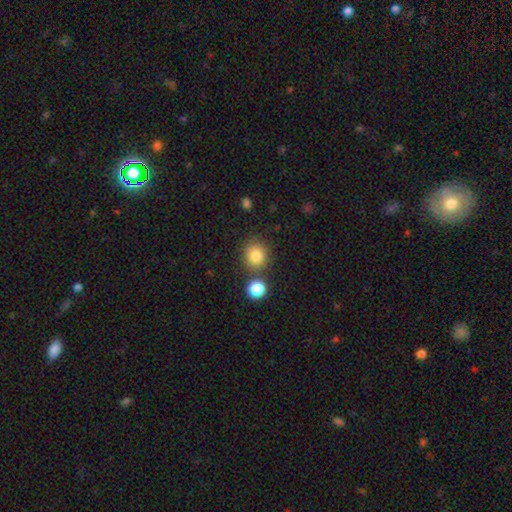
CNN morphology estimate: Smooth or featured? Predicted: smooth (p=0.83). How rounded? Predicted: round (p=0.87). Merging? Predicted: none (p=0.74).